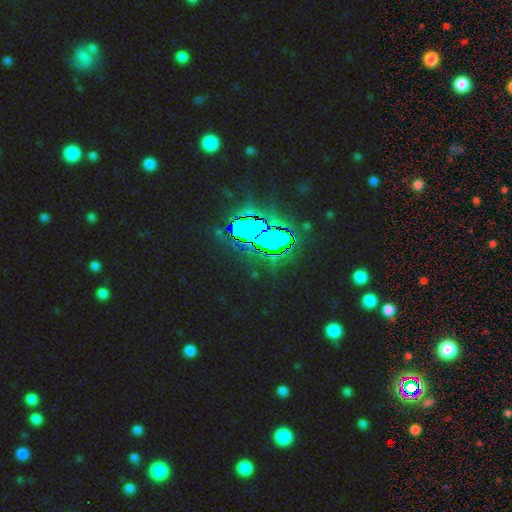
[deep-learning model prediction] smooth_or_featured: star or artifact (p=0.76) [alt: smooth p=0.14]